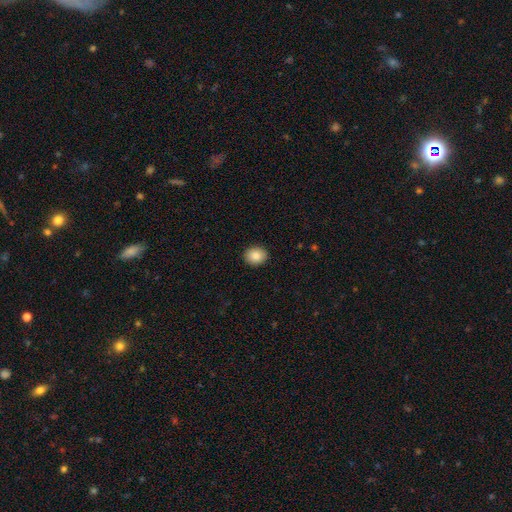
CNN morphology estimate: A smooth galaxy with no disk features (86%) that is round (63%).

Vote fractions:
- Smooth or featured? smooth: 86% / star or artifact: 8% / featured or disk: 6%
- How rounded? round: 63% / in between: 36% / cigar-shaped: 1%
- Merging? none: 91% / minor disturbance: 6% / major disturbance: 2% / merger: 1%